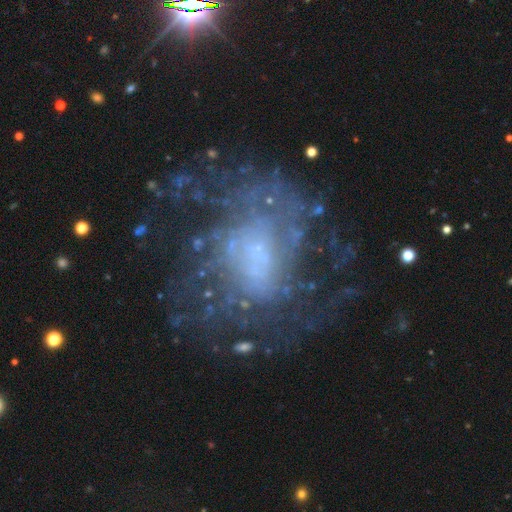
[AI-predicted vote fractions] smooth-or-featured: featured or disk: 76% | smooth: 12% | star or artifact: 12%
  disk-edge-on: no: 97% | yes: 3%
    bar: no: 68% | weak: 25% | strong: 7%
    has-spiral-arms: yes: 74% | no: 26%
      spiral-winding: tight: 41% | medium: 35% | loose: 24%
      spiral-arm-count: can't tell: 53% | 2: 17% | 3: 9% | 4: 8% | more than 4: 7% | 1: 7%
    bulge-size: small: 50% | none: 23% | moderate: 19% | large: 6% | dominant: 2%
  merging: none: 58% | major disturbance: 22% | minor disturbance: 16% | merger: 3%